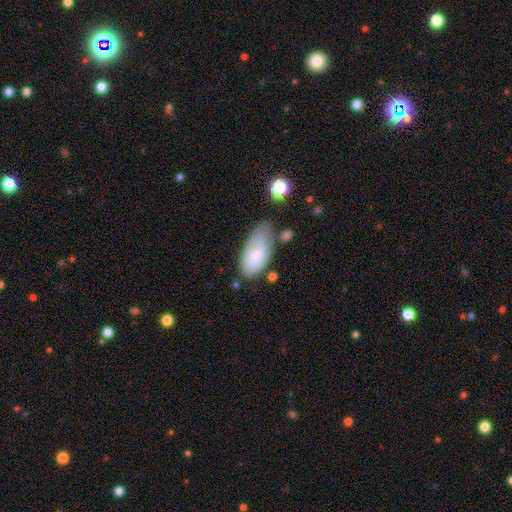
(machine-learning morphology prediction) smooth 64%, featured or disk 29%, star or artifact 7%. Down the decision tree: how rounded — in between (93%); merging — none (50%).